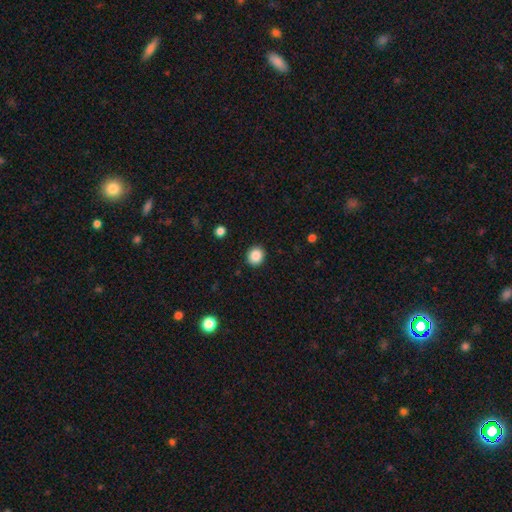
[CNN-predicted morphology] Smooth or featured: smooth — 87% (star or artifact — 9%)
How rounded: round — 83% (in between — 16%)
Merging: none — 91% (minor disturbance — 6%)